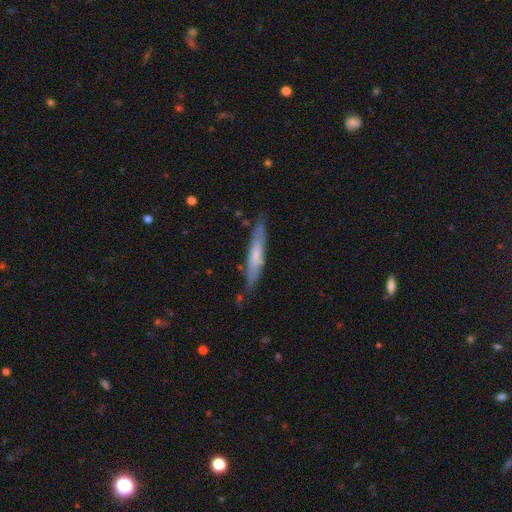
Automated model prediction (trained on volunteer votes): A smooth galaxy with no disk features (53%) that is cigar-shaped (91%).

Vote fractions:
- Smooth or featured? smooth: 53% / featured or disk: 42% / star or artifact: 6%
- How rounded? cigar-shaped: 91% / in between: 8% / round: 1%
- Merging? none: 79% / minor disturbance: 16% / major disturbance: 3% / merger: 2%